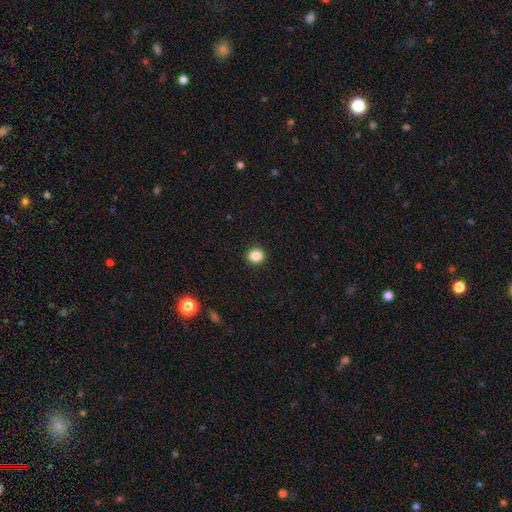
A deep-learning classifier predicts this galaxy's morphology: Smooth or featured: smooth — 86% (star or artifact — 10%)
How rounded: round — 73% (in between — 26%)
Merging: none — 92% (minor disturbance — 6%)